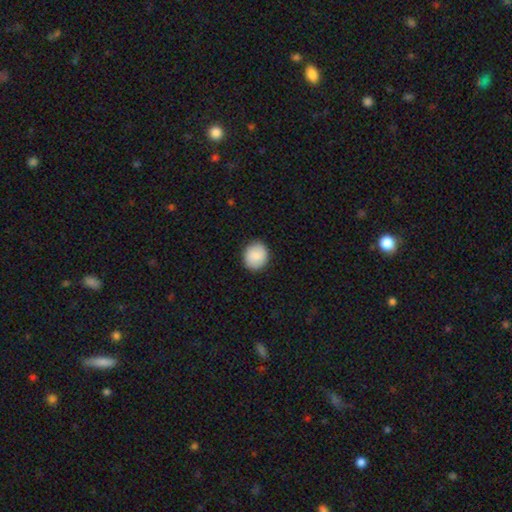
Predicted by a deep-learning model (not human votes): The model was most divided on "how rounded": round: 81%, in between: 18%, cigar-shaped: 1%. More confident: merging — none (90%); smooth or featured — smooth (88%).